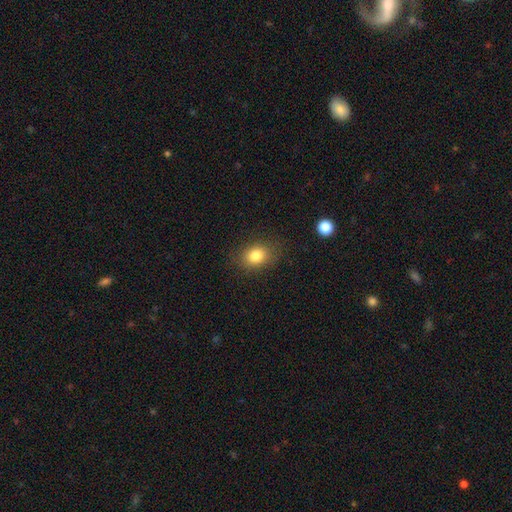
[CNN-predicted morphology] The model was most divided on "how rounded": in between: 58%, round: 41%, cigar-shaped: 1%. More confident: merging — none (83%); smooth or featured — smooth (82%).